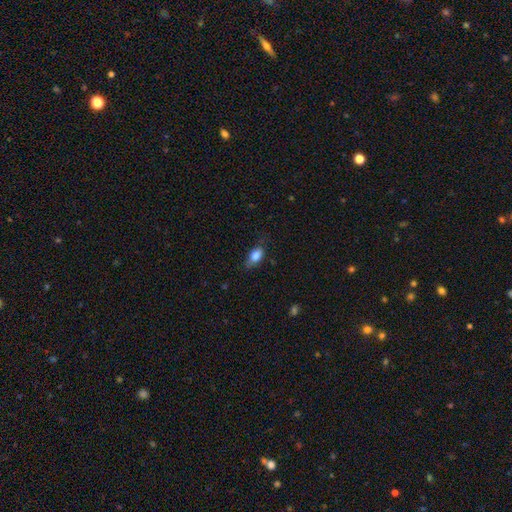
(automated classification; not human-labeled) smooth_or_featured: smooth (p=0.82) [alt: featured or disk p=0.10]
how_rounded: in between (p=0.85) [alt: round p=0.09]
merging: none (p=0.63) [alt: minor disturbance p=0.28]